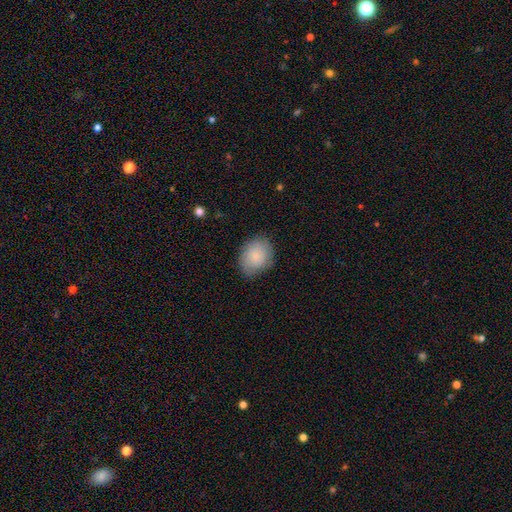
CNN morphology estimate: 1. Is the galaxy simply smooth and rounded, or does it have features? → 82% smooth, 11% featured or disk, 7% star or artifact.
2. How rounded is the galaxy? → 53% in between, 46% round, 1% cigar-shaped.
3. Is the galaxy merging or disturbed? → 79% none, 16% minor disturbance, 4% major disturbance, 1% merger.